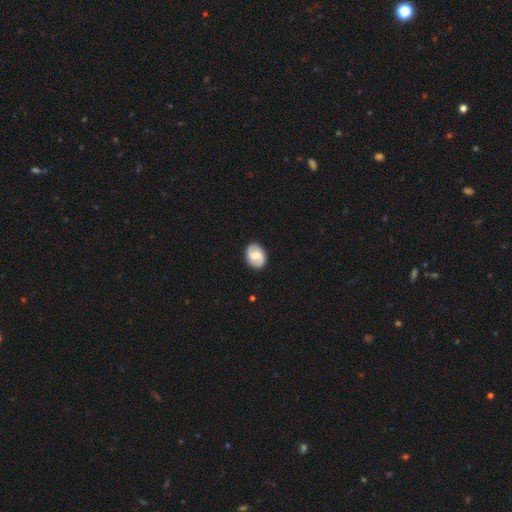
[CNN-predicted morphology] Smooth or featured? Predicted: featured or disk (p=0.66). Edge-on disk? Predicted: no (p=0.98). Bar? Predicted: weak (p=0.51). Spiral arms? Predicted: yes (p=0.91). Spiral winding? Predicted: medium (p=0.46). Spiral arm count? Predicted: 2 (p=0.90). Bulge size? Predicted: moderate (p=0.43). Merging? Predicted: none (p=0.87).